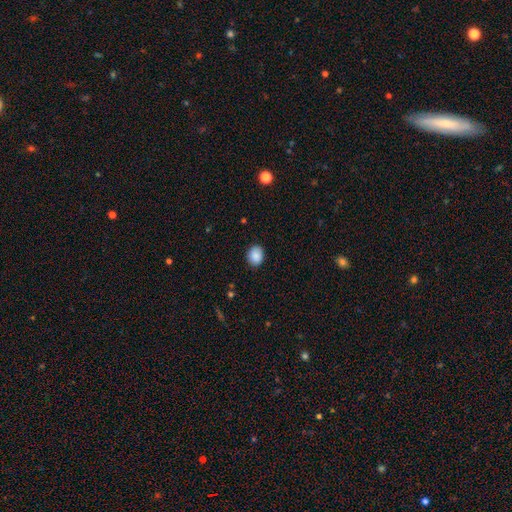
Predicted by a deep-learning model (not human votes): smooth 88%, star or artifact 8%, featured or disk 4%. Down the decision tree: how rounded — round (51%); merging — none (86%).